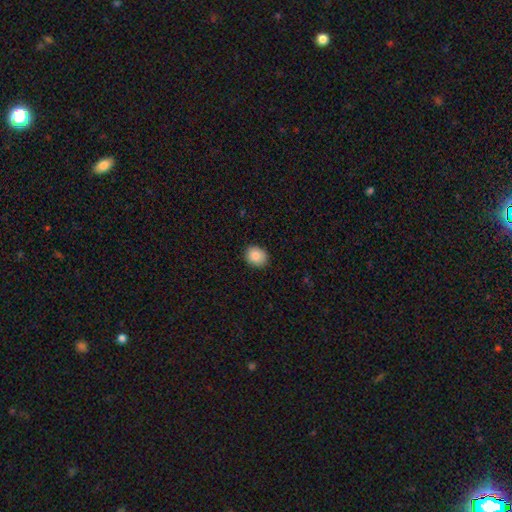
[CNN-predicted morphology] smooth-or-featured: smooth: 87% | star or artifact: 8% | featured or disk: 5%
  how-rounded: round: 66% | in between: 33% | cigar-shaped: 1%
  merging: none: 88% | minor disturbance: 9% | major disturbance: 2% | merger: 1%